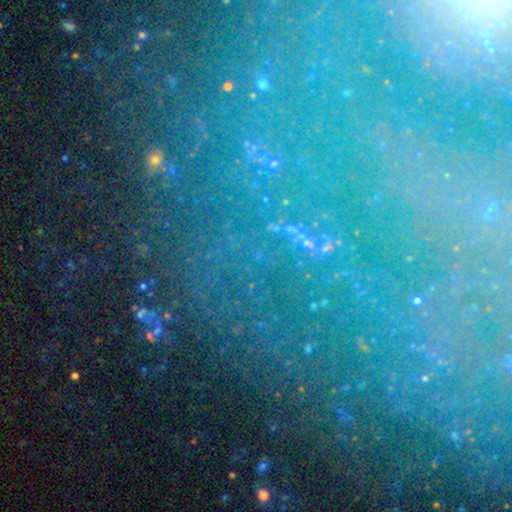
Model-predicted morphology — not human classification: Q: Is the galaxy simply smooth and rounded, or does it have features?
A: star or artifact — 74%.